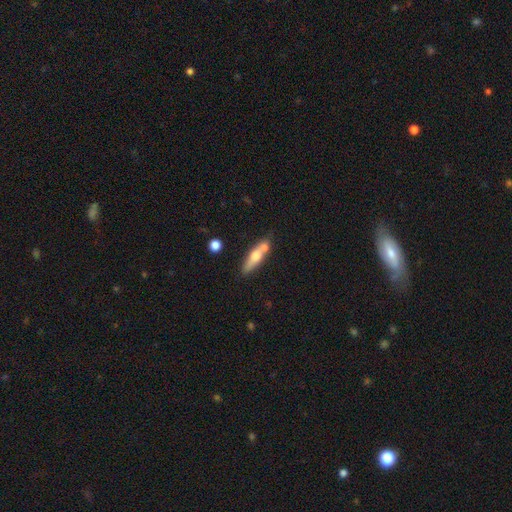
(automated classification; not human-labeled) Morphology: type=smooth (54%); roundness=cigar-shaped (68%); merging=none (55%).